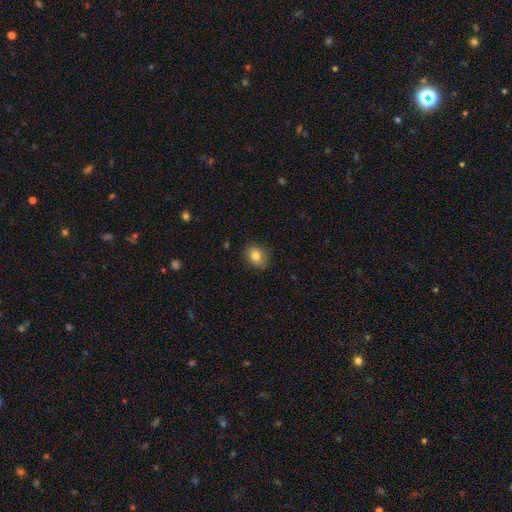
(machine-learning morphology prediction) Q: Smooth or featured?
A: smooth (79%); runner-up: featured or disk (11%)
Q: How rounded?
A: in between (51%); runner-up: round (48%)
Q: Merging?
A: none (82%); runner-up: minor disturbance (14%)